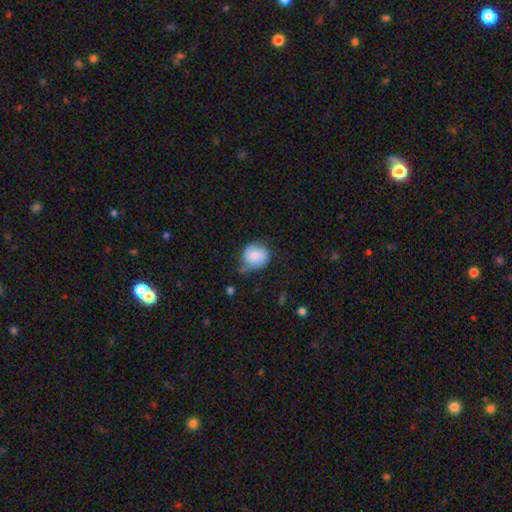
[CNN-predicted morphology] This is likely a smooth galaxy (76%). How rounded: likely round (75%). Merging: possibly none (50%).